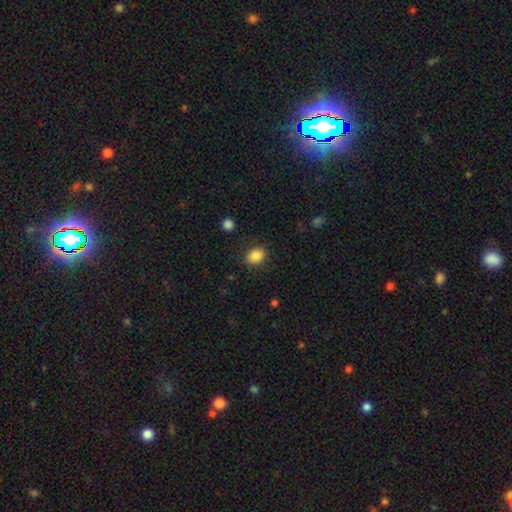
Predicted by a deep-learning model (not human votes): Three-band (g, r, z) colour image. It shows a smooth galaxy with no disk features (86%) that is round (50%). Merging: none (85%).